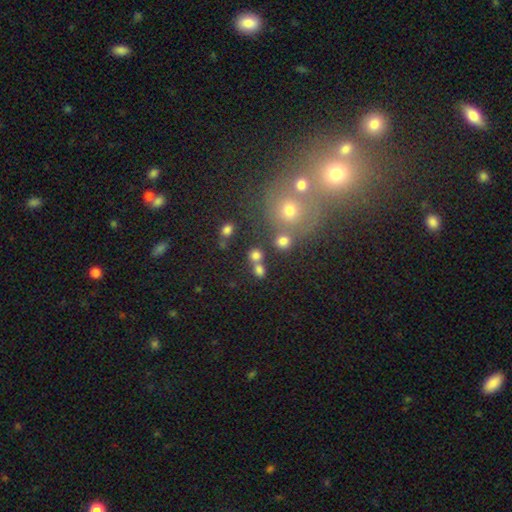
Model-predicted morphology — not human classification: smooth-or-featured: smooth: 73% | star or artifact: 18% | featured or disk: 9%
  how-rounded: round: 80% | in between: 18% | cigar-shaped: 1%
  merging: none: 58% | merger: 29% | minor disturbance: 9% | major disturbance: 4%